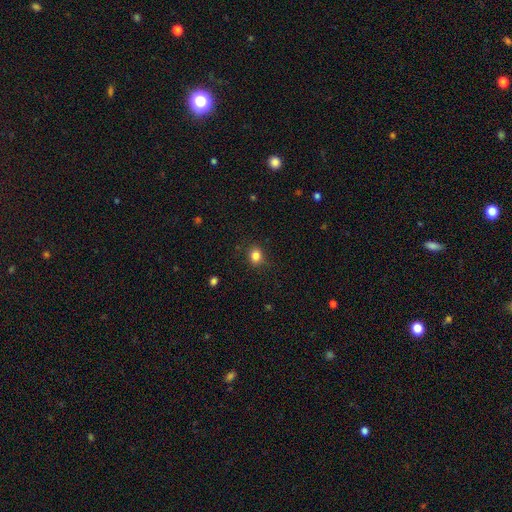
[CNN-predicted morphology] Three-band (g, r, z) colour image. It shows a smooth galaxy with no disk features (84%) that is round (65%). Merging: none (86%).